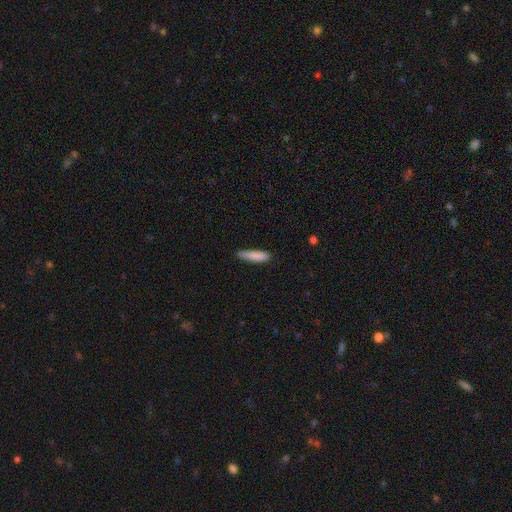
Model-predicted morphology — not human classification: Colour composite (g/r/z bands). It shows a smooth galaxy with no disk features (86%) that is cigar-shaped (78%). Merging: none (76%).